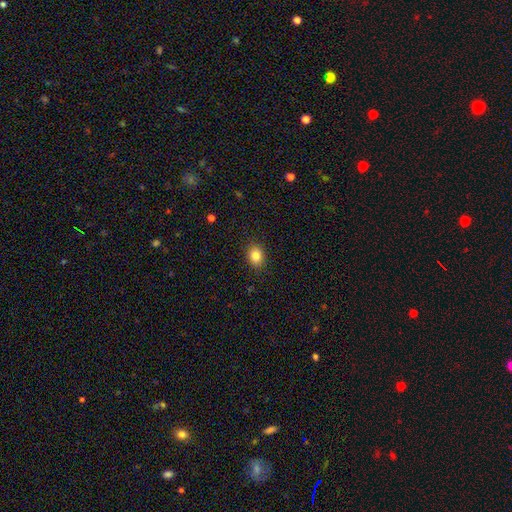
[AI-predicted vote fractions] Morphology: type=smooth (84%); roundness=in between (56%); merging=none (89%).